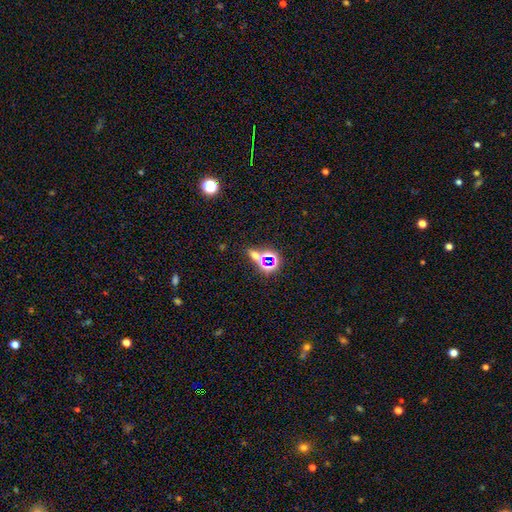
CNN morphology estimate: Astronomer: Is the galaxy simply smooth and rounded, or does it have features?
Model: star or artifact — 53% (runner-up: smooth, 35%).